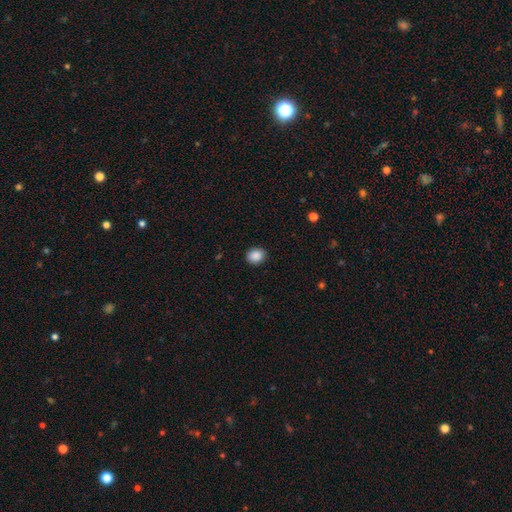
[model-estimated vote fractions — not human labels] A smooth galaxy with no disk features (88%) that is round (62%).

Vote fractions:
- Smooth or featured? smooth: 88% / star or artifact: 9% / featured or disk: 3%
- How rounded? round: 62% / in between: 37% / cigar-shaped: 1%
- Merging? none: 89% / minor disturbance: 8% / major disturbance: 2% / merger: 1%